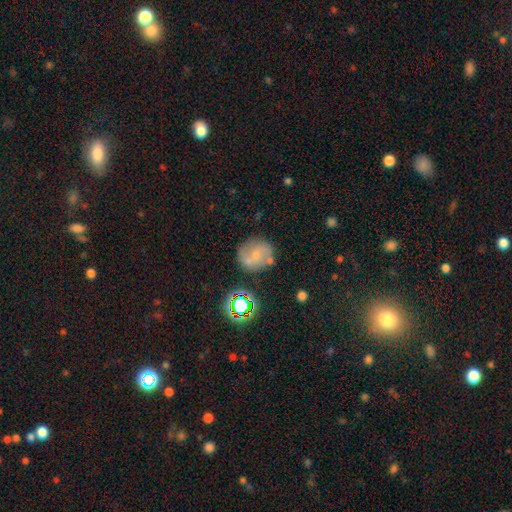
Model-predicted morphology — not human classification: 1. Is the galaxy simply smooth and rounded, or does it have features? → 46% smooth, 38% featured or disk, 16% star or artifact.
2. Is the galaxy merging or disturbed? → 66% none, 17% minor disturbance, 10% merger, 6% major disturbance.